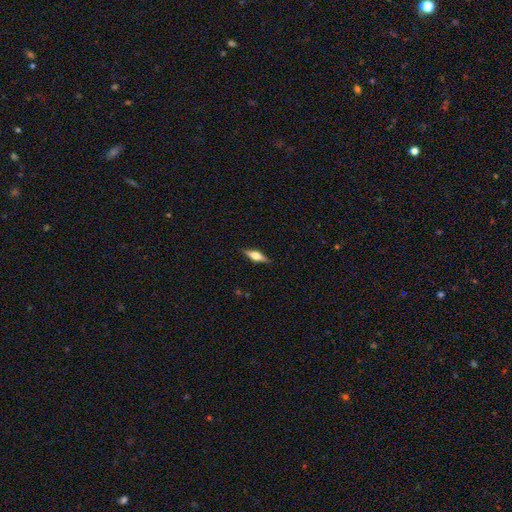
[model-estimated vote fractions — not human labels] featured or disk 53%, smooth 40%, star or artifact 7%. Down the decision tree: edge-on disk — yes (95%); edge-on bulge — rounded (89%); merging — none (87%).